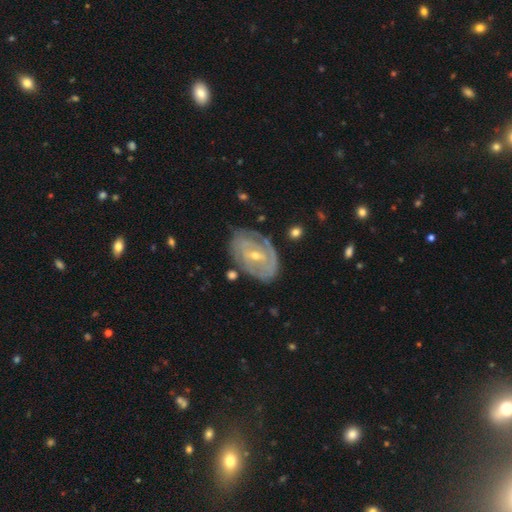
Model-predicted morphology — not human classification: The model was most divided on "spiral arm count": 2: 43%, can't tell: 35%, 3: 10%, 1: 5%, 4: 4%, more than 4: 3%. More confident: edge-on disk — no (96%); spiral arms — yes (86%); smooth or featured — featured or disk (82%); merging — none (71%); spiral winding — tight (68%); bulge size — small (59%); bar — weak (50%).